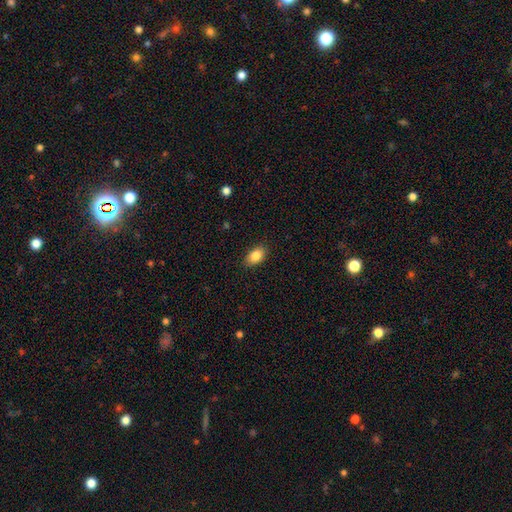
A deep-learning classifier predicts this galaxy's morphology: Overall: smooth (86%). How rounded: in between (90%). Merging: none (87%).